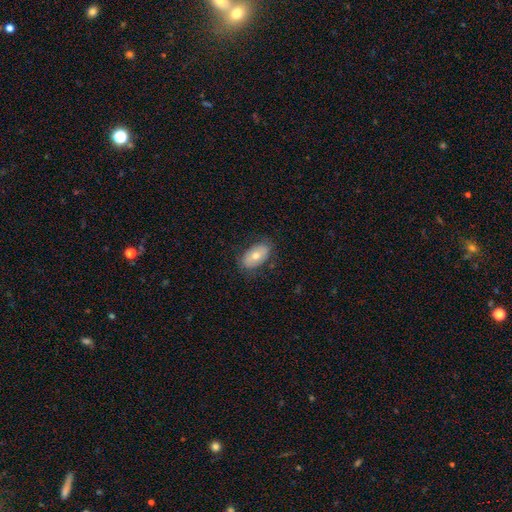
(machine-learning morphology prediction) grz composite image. It shows a smooth galaxy with no disk features (64%) that is in between round and cigar-shaped (92%). Merging: none (79%).